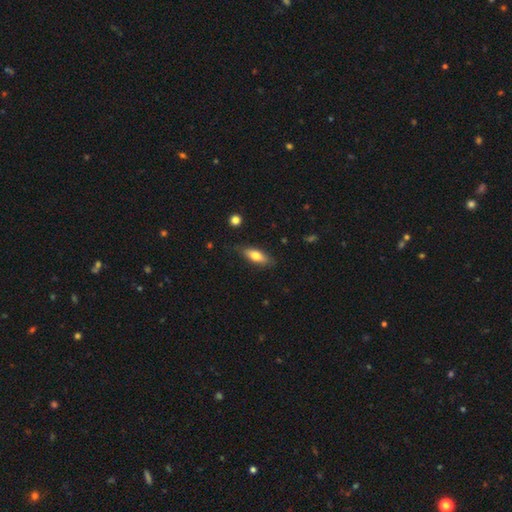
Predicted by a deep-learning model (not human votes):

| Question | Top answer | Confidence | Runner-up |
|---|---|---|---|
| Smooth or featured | smooth | 70% | featured or disk (23%) |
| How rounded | in between | 64% | cigar-shaped (34%) |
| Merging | none | 82% | minor disturbance (14%) |